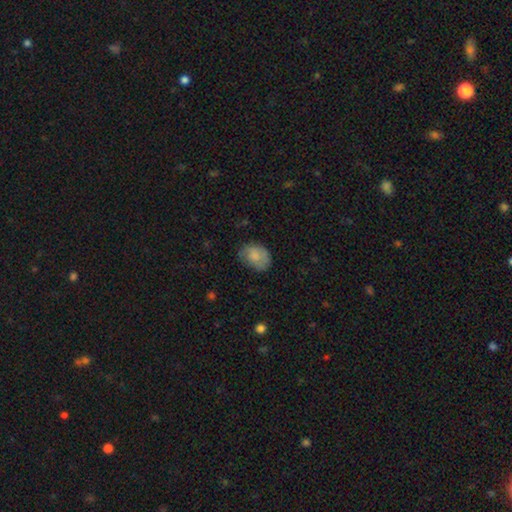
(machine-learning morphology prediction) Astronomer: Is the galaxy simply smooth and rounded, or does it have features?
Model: smooth — 79%.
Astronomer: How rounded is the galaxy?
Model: in between — 71%.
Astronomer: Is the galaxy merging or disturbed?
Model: none — 64%.